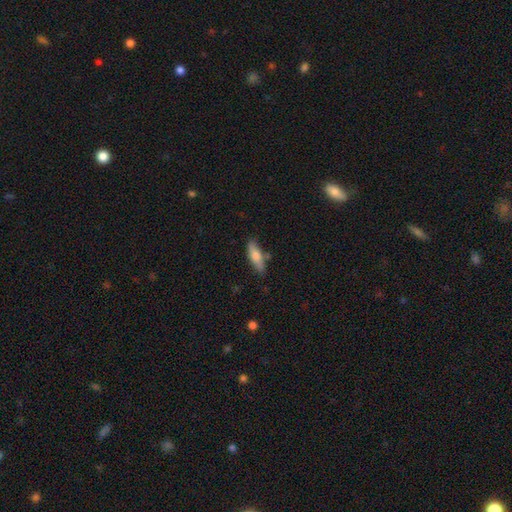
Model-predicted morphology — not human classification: Smooth or featured? smooth (71%)
How rounded? in between (49%, tied with cigar-shaped)
Merging? none (73%)